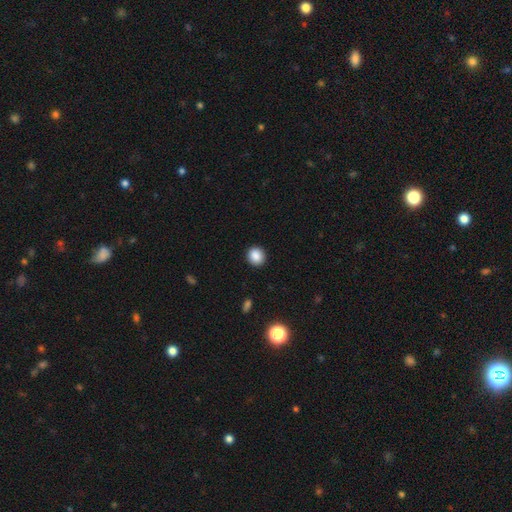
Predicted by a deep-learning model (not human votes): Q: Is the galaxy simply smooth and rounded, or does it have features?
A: smooth — 87%.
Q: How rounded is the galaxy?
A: round — 84%.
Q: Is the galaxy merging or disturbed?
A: none — 92%.